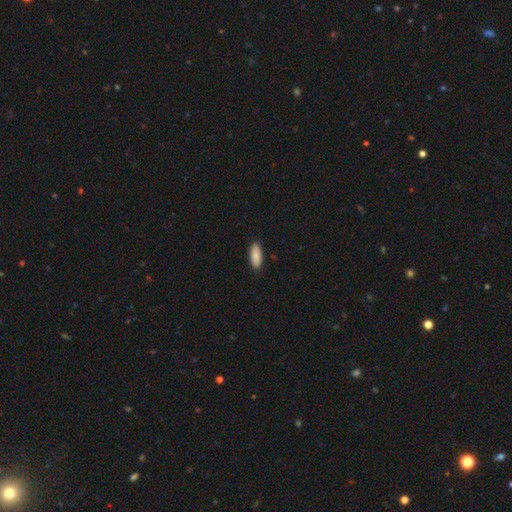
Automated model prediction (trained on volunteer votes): Overall: smooth (88%). How rounded: in between (78%). Merging: none (89%).